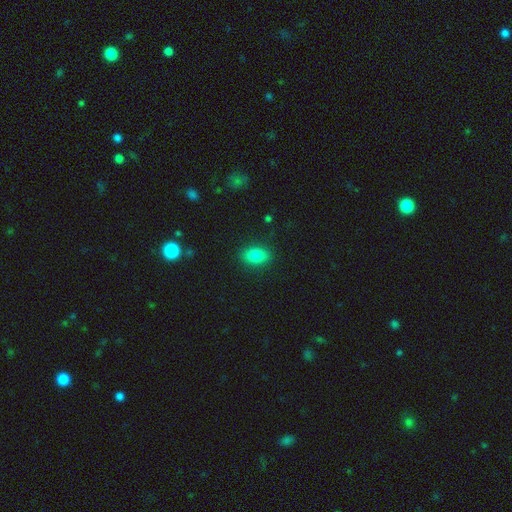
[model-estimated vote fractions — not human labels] A smooth galaxy with no disk features (83%) that is in between round and cigar-shaped (86%). Merging: none (88%).